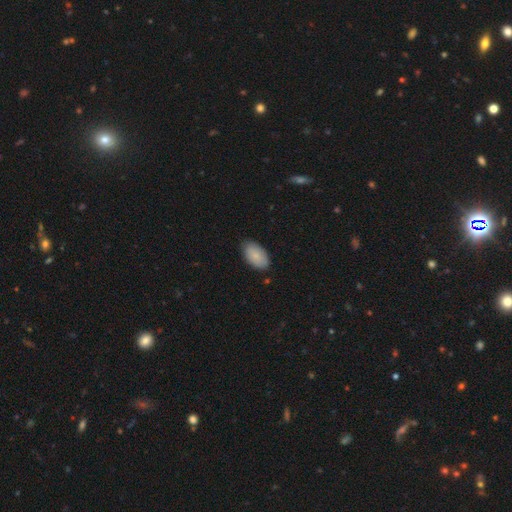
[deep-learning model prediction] This is clearly a smooth galaxy (84%). How rounded: clearly in between (95%). Merging: clearly none (82%).